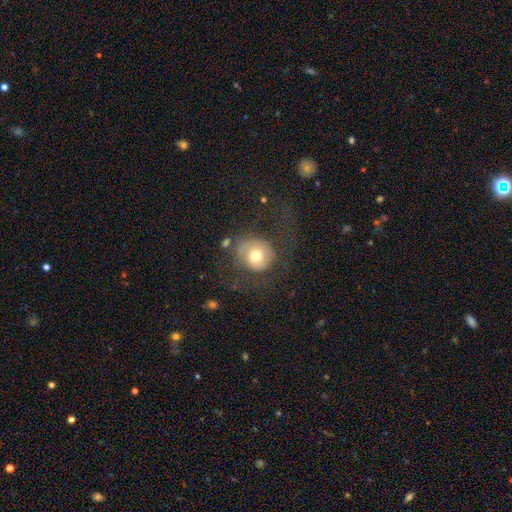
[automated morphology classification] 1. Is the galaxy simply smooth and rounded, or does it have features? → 58% smooth, 33% featured or disk, 9% star or artifact.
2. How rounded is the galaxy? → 86% round, 13% in between, 1% cigar-shaped.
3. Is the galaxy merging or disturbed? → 51% none, 29% major disturbance, 17% minor disturbance, 3% merger.